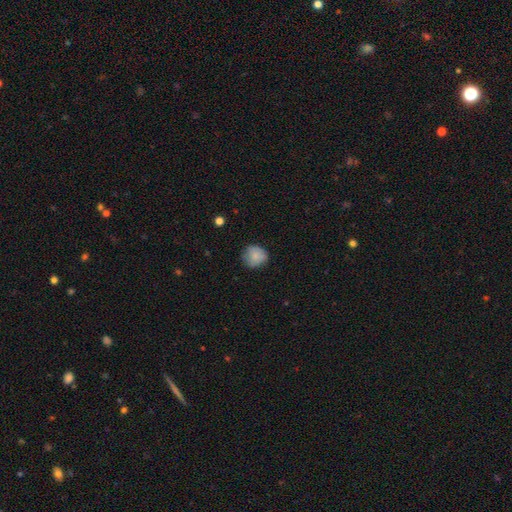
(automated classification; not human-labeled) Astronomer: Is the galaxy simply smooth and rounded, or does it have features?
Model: smooth — 82%.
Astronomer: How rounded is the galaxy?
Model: round — 84%.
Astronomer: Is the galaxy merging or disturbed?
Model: none — 74%.